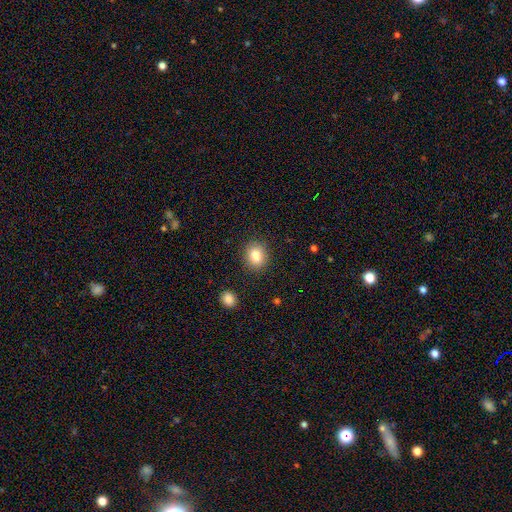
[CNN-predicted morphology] This is clearly a smooth galaxy (82%). How rounded: likely round (67%). Merging: clearly none (88%).